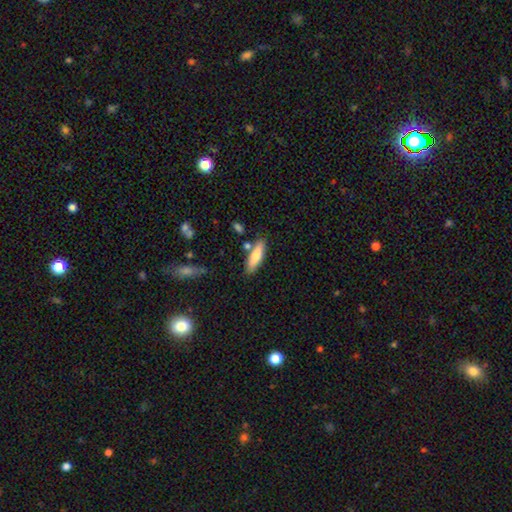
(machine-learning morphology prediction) This appears to be a smooth galaxy with no disk features (74%) that is cigar-shaped (59%). Merging: none (77%).